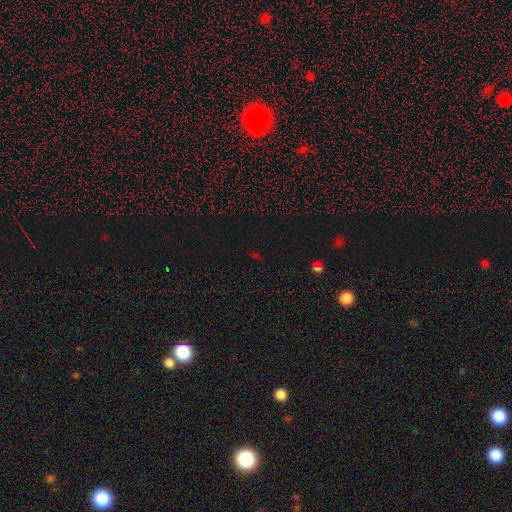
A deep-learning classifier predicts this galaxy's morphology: Smooth or featured? star or artifact (66%)